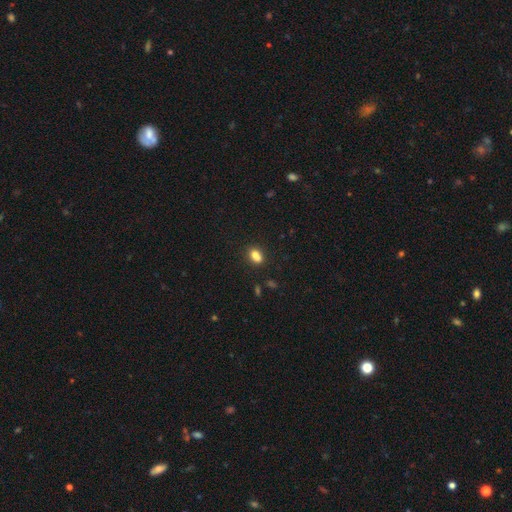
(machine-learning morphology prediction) A smooth galaxy with no disk features (82%) that is in between round and cigar-shaped (72%). Merging: none (66%).